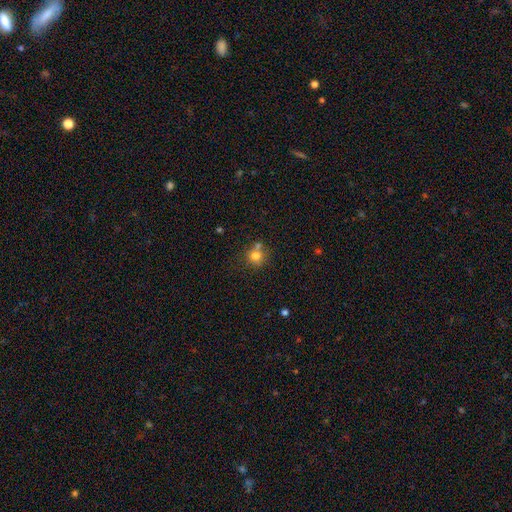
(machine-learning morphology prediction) The model was most divided on "merging": none: 60%, merger: 26%, minor disturbance: 11%, major disturbance: 4%. More confident: how rounded — round (87%); smooth or featured — smooth (76%).